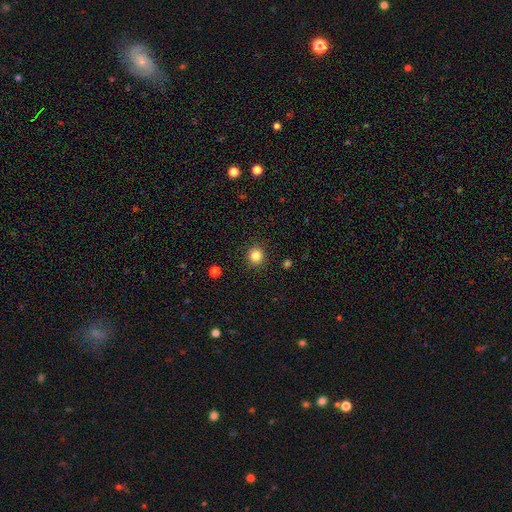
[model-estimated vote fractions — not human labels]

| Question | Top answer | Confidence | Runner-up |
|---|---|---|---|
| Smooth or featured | smooth | 83% | star or artifact (12%) |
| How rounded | round | 93% | in between (6%) |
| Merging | none | 92% | minor disturbance (5%) |